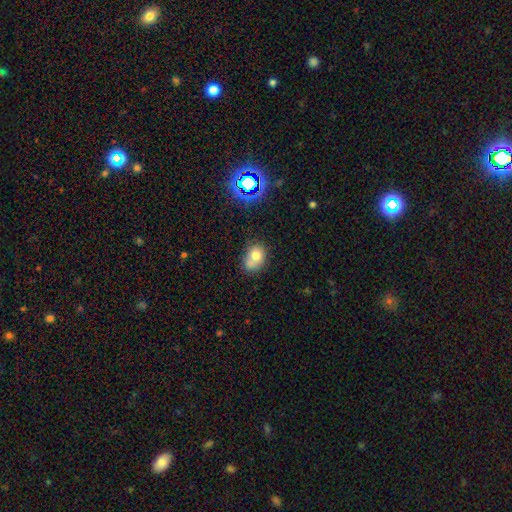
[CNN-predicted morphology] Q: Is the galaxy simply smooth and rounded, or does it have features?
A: smooth — 71%.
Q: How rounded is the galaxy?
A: in between — 56%.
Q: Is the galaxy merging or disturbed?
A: none — 44%.